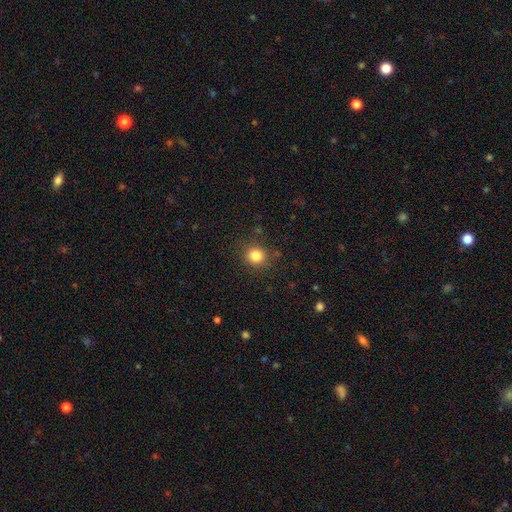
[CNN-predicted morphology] The model was most divided on "smooth or featured": smooth: 82%, star or artifact: 12%, featured or disk: 6%. More confident: how rounded — round (87%); merging — none (87%).